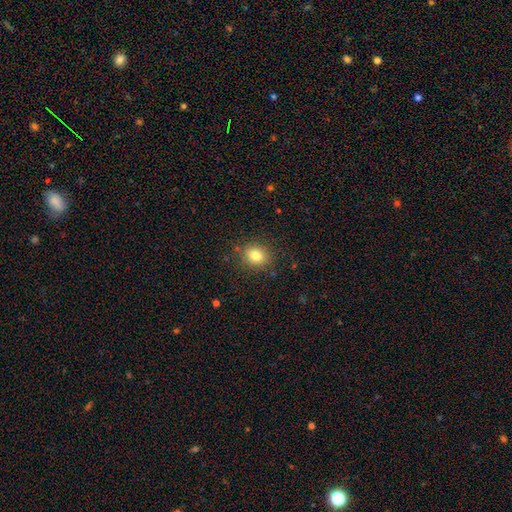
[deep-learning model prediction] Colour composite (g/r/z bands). It shows a smooth galaxy with no disk features (81%) that is round (65%). Merging: none (86%).